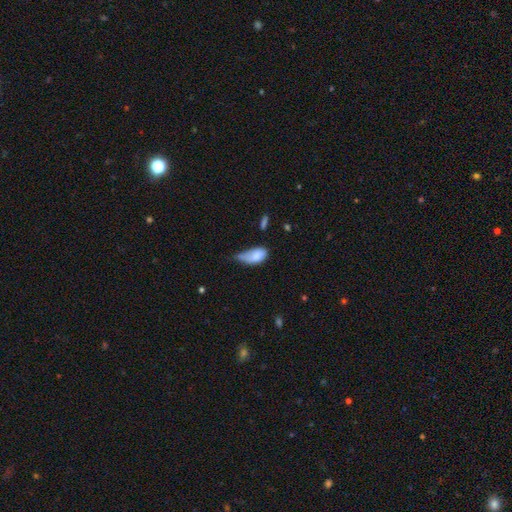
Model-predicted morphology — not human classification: A smooth galaxy with no disk features (78%) that is in between round and cigar-shaped (91%).

Vote fractions:
- Smooth or featured? smooth: 78% / featured or disk: 15% / star or artifact: 7%
- How rounded? in between: 91% / round: 5% / cigar-shaped: 4%
- Merging? minor disturbance: 44% / major disturbance: 30% / none: 18% / merger: 8%